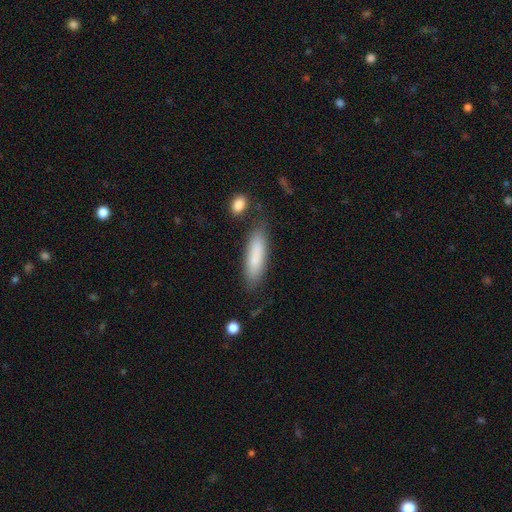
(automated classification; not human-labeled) smooth_or_featured: smooth (p=0.83) [alt: featured or disk p=0.11]
how_rounded: cigar-shaped (p=0.66) [alt: in between p=0.32]
merging: none (p=0.79) [alt: minor disturbance p=0.14]